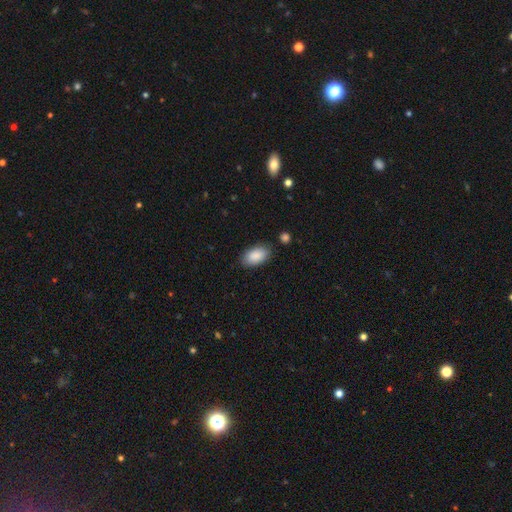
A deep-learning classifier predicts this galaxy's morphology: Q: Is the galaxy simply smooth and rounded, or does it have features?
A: smooth — 89%.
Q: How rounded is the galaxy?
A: in between — 94%.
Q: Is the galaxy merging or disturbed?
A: none — 83%.